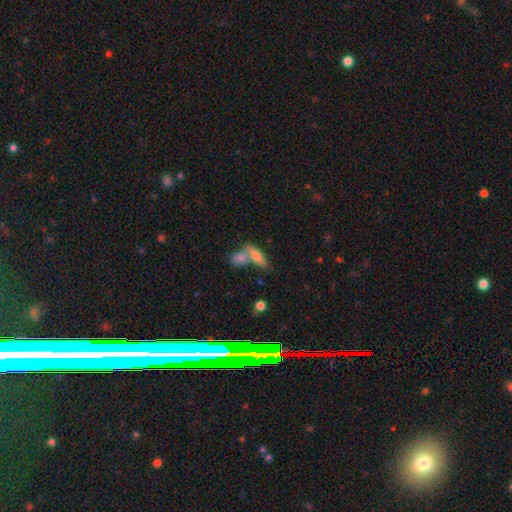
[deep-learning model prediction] Smooth or featured? smooth (73%)
How rounded? in between (55%)
Merging? merger (46%)